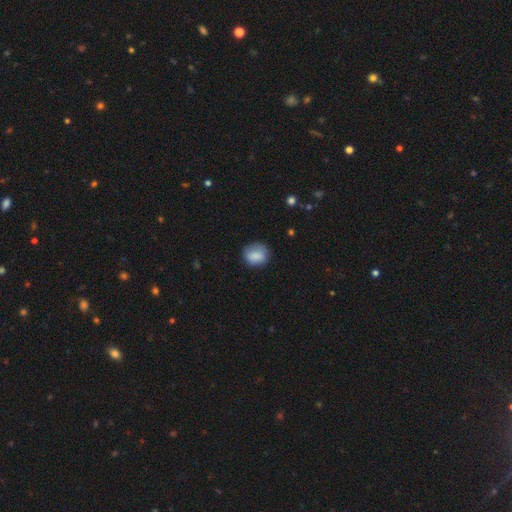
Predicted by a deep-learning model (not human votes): This appears to be a smooth galaxy with no disk features (85%) that is round (69%). Merging: none (74%).